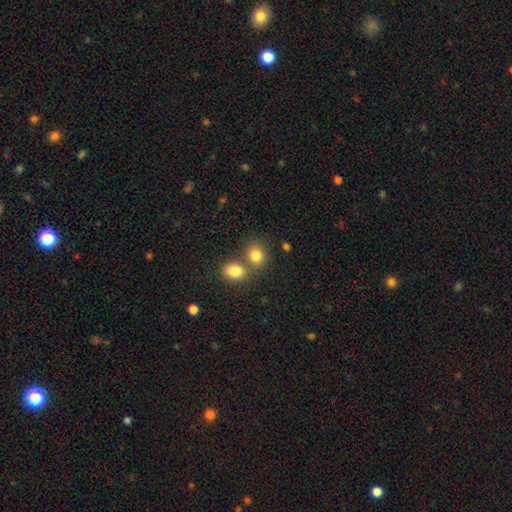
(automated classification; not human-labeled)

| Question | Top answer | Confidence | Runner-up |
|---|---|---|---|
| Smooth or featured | smooth | 82% | star or artifact (11%) |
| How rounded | round | 60% | in between (39%) |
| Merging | none | 50% | merger (38%) |